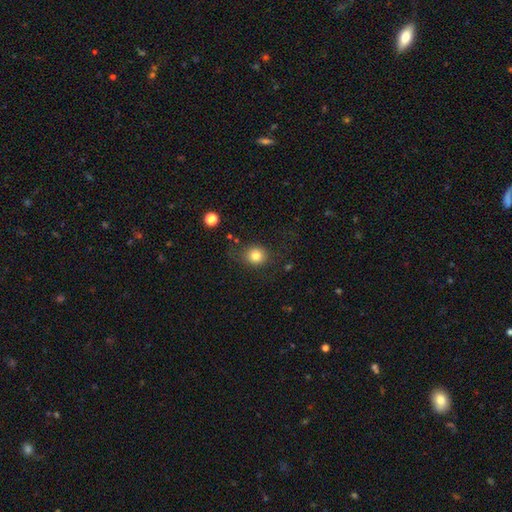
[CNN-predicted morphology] The model was most divided on "merging": none: 78%, minor disturbance: 14%, major disturbance: 6%, merger: 2%. More confident: how rounded — round (82%); smooth or featured — smooth (80%).